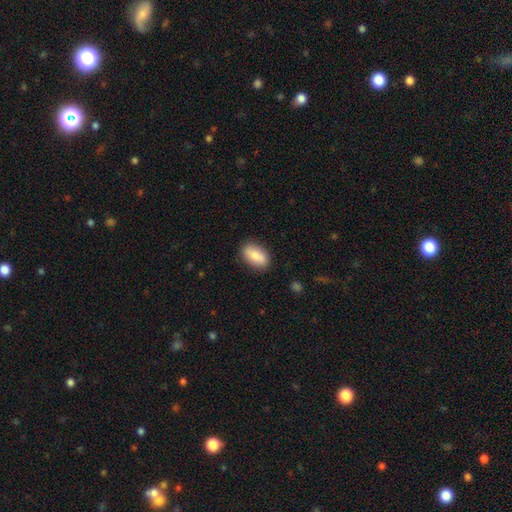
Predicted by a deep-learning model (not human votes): The model was most divided on "smooth or featured": smooth: 81%, featured or disk: 13%, star or artifact: 7%. More confident: how rounded — in between (90%); merging — none (85%).